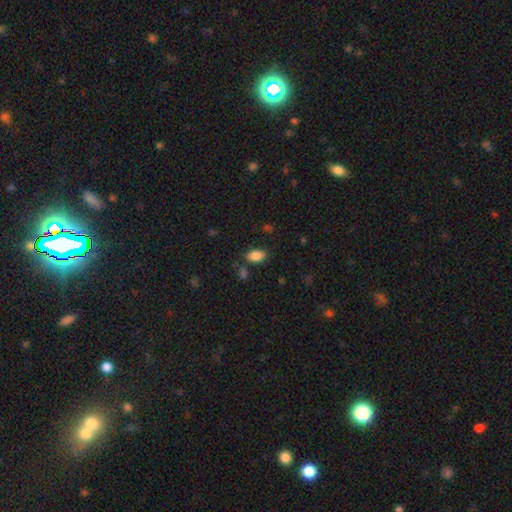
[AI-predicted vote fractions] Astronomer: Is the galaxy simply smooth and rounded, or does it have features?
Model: smooth — 87%.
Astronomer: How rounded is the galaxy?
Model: in between — 91%.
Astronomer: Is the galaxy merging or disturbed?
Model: none — 79%.